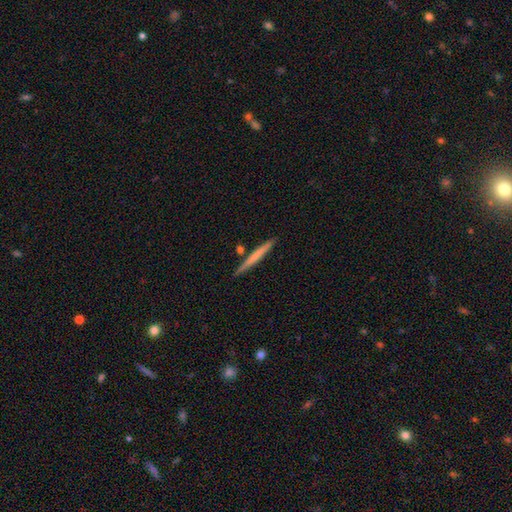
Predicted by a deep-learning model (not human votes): Q: Smooth or featured?
A: smooth (58%); runner-up: featured or disk (37%)
Q: How rounded?
A: cigar-shaped (97%); runner-up: in between (2%)
Q: Merging?
A: none (87%); runner-up: minor disturbance (8%)